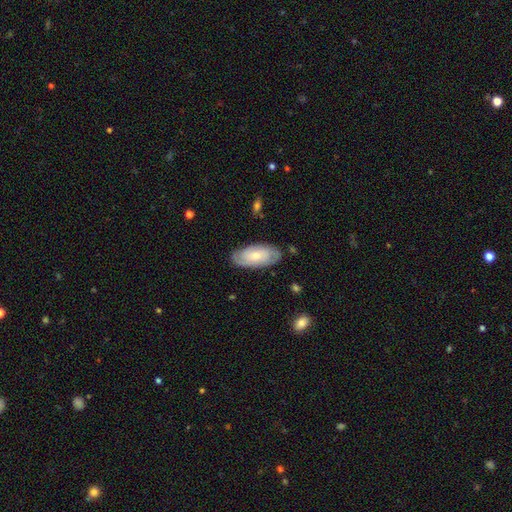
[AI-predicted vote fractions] smooth-or-featured: featured or disk: 57% | smooth: 37% | star or artifact: 6%
  disk-edge-on: no: 92% | yes: 8%
    bar: no: 72% | weak: 23% | strong: 5%
    has-spiral-arms: yes: 86% | no: 14%
    bulge-size: small: 56% | moderate: 36% | large: 4% | none: 3% | dominant: 1%
  merging: none: 80% | minor disturbance: 15% | major disturbance: 4% | merger: 1%